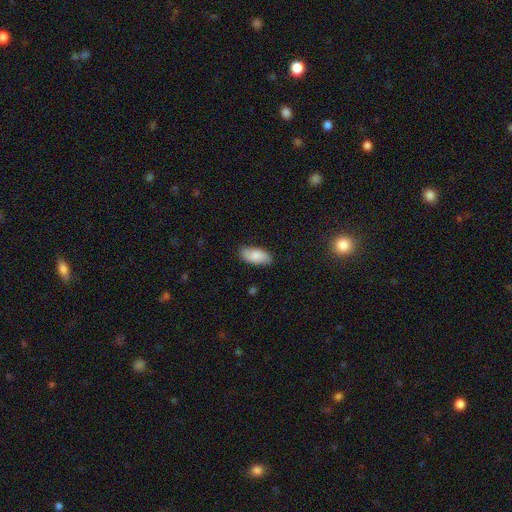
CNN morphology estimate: smooth-or-featured: smooth: 75% | featured or disk: 18% | star or artifact: 7%
  how-rounded: in between: 91% | cigar-shaped: 7% | round: 2%
  merging: none: 78% | minor disturbance: 17% | major disturbance: 3% | merger: 1%